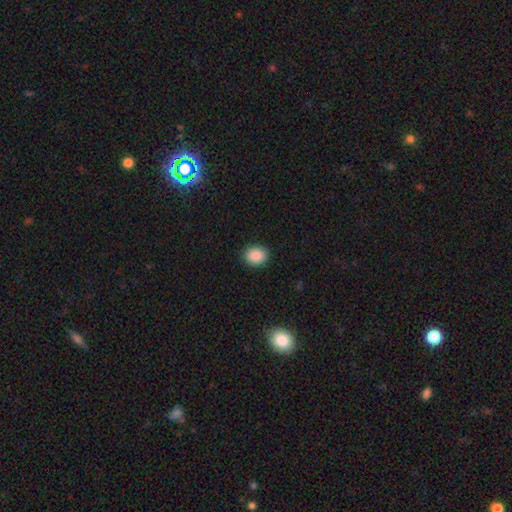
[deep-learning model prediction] smooth-or-featured: smooth: 88% | star or artifact: 9% | featured or disk: 4%
  how-rounded: round: 56% | in between: 43% | cigar-shaped: 1%
  merging: none: 90% | minor disturbance: 7% | major disturbance: 2% | merger: 1%